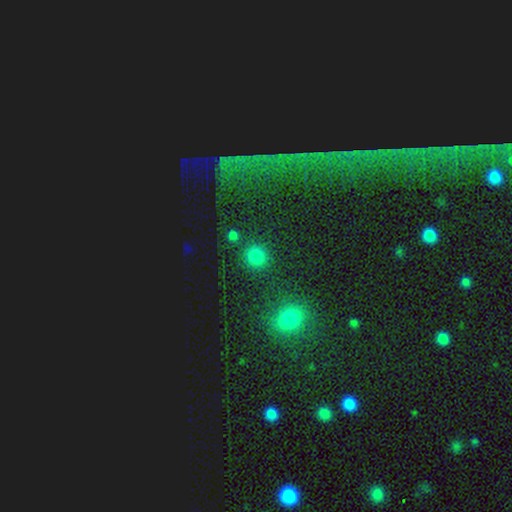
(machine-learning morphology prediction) This appears to be a smooth galaxy with no disk features (74%) that is round (87%). Merging: none (82%).